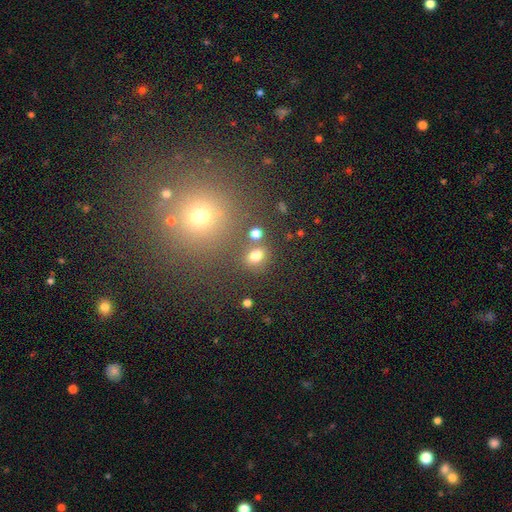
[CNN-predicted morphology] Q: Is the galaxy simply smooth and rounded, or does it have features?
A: smooth — 73%.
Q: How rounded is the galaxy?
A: in between — 54%.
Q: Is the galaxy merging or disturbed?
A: none — 70%.